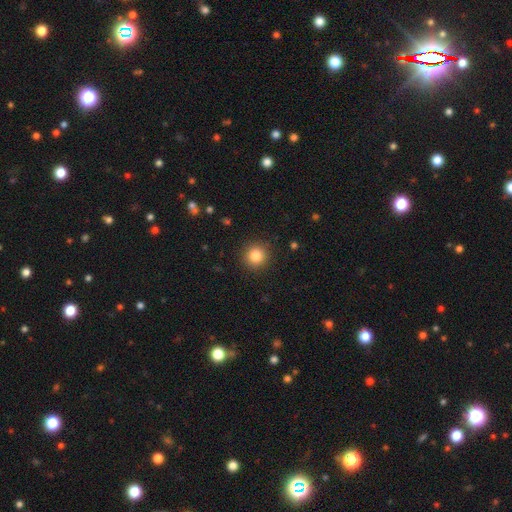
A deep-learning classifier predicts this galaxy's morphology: A smooth galaxy with no disk features (84%) that is round (94%).

Vote fractions:
- Smooth or featured? smooth: 84% / star or artifact: 11% / featured or disk: 5%
- How rounded? round: 94% / in between: 5% / cigar-shaped: 1%
- Merging? none: 91% / minor disturbance: 6% / major disturbance: 2% / merger: 1%